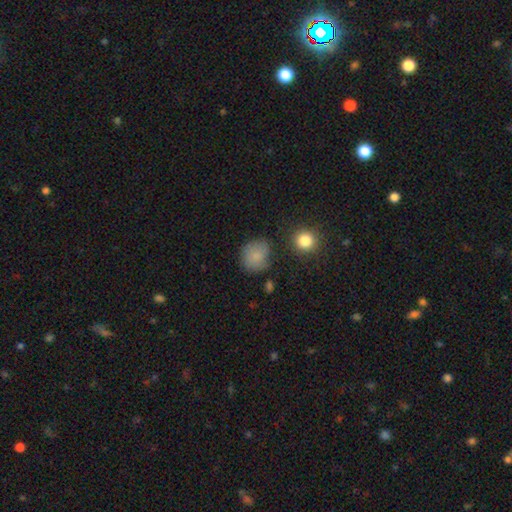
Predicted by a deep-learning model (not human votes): Q: Smooth or featured?
A: smooth (79%); runner-up: featured or disk (11%)
Q: How rounded?
A: round (75%); runner-up: in between (24%)
Q: Merging?
A: none (65%); runner-up: minor disturbance (23%)